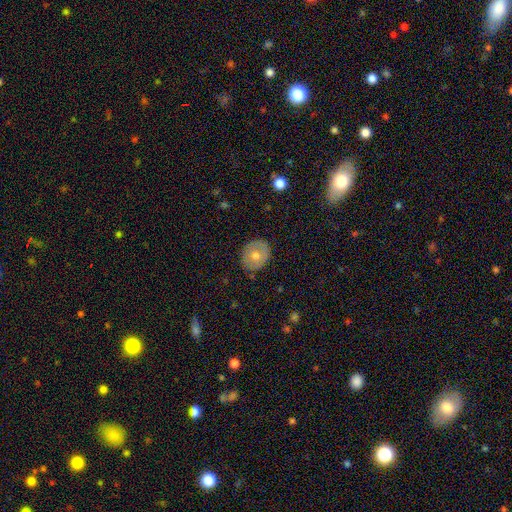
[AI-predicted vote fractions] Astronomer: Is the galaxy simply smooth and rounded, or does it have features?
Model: smooth — 59%.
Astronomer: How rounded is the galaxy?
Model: round — 61% (runner-up: in between, 38%).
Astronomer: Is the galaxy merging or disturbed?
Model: none — 86%.